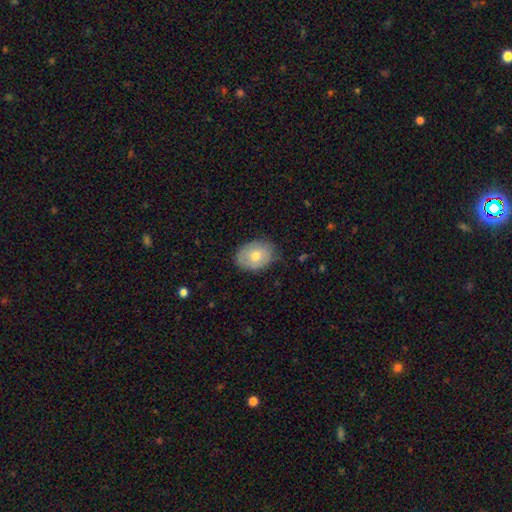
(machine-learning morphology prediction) smooth-or-featured: smooth: 68% | featured or disk: 24% | star or artifact: 8%
  how-rounded: in between: 66% | round: 33% | cigar-shaped: 1%
  merging: none: 77% | minor disturbance: 19% | major disturbance: 3% | merger: 1%